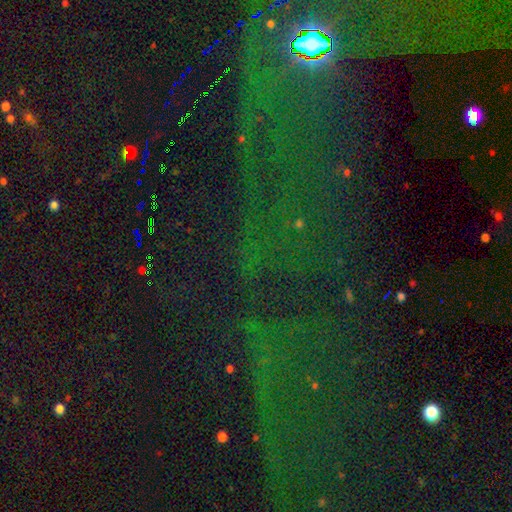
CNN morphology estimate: Smooth or featured? star or artifact (78%)